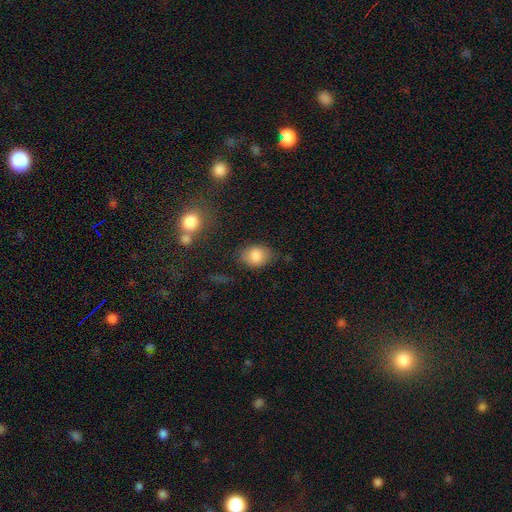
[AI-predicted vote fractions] Smooth or featured? Predicted: smooth (p=0.83). How rounded? Predicted: in between (p=0.64). Merging? Predicted: none (p=0.71).